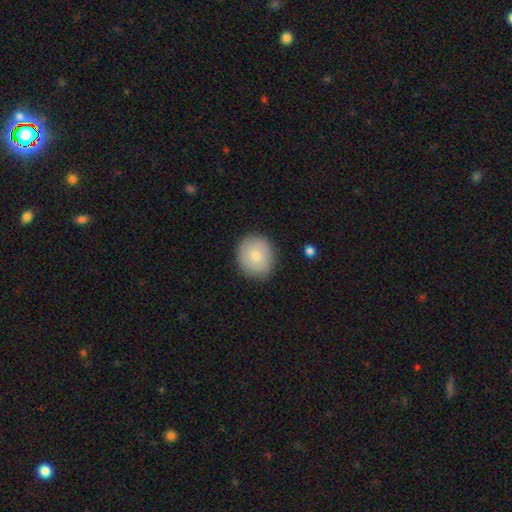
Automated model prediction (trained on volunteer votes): The model was most divided on "smooth or featured": smooth: 77%, featured or disk: 16%, star or artifact: 7%. More confident: merging — none (85%); how rounded — round (81%).